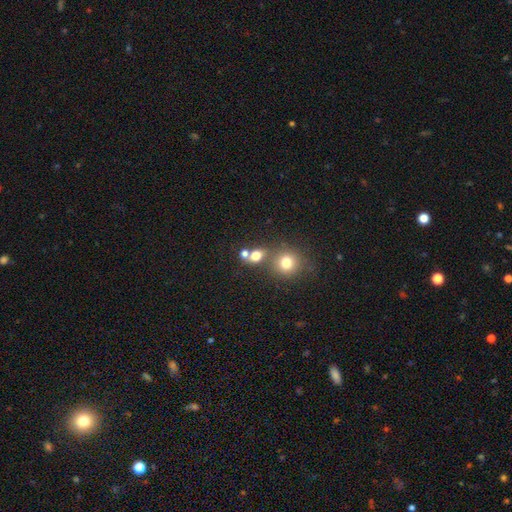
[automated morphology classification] type=smooth (74%); roundness=round (63%); merging=none (49%).